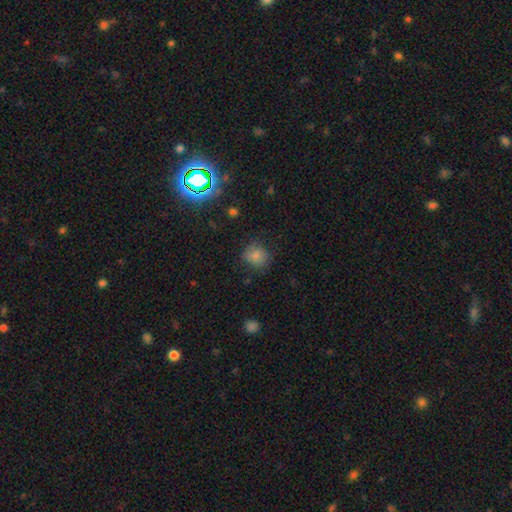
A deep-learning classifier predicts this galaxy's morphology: smooth-or-featured: smooth: 81% | star or artifact: 12% | featured or disk: 7%
  how-rounded: round: 79% | in between: 21% | cigar-shaped: 1%
  merging: none: 75% | minor disturbance: 18% | major disturbance: 5% | merger: 2%